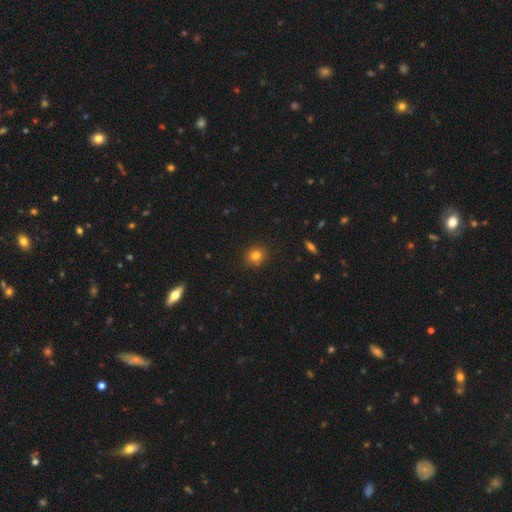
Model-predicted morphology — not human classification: smooth_or_featured: smooth (p=0.81) [alt: star or artifact p=0.13]
how_rounded: round (p=0.86) [alt: in between p=0.13]
merging: none (p=0.90) [alt: minor disturbance p=0.07]